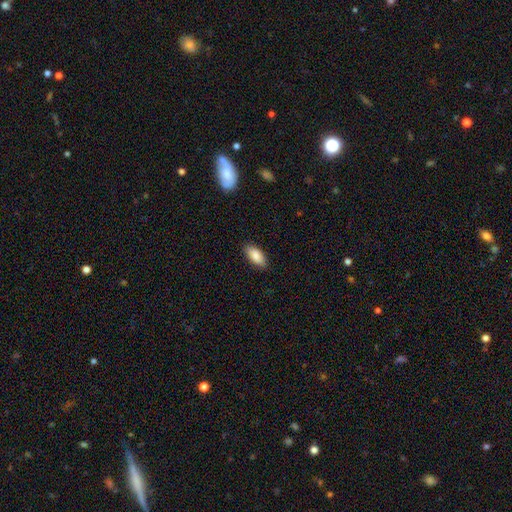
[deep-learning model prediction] smooth_or_featured: smooth (p=0.87) [alt: star or artifact p=0.06]
how_rounded: in between (p=0.90) [alt: cigar-shaped p=0.08]
merging: none (p=0.86) [alt: minor disturbance p=0.11]